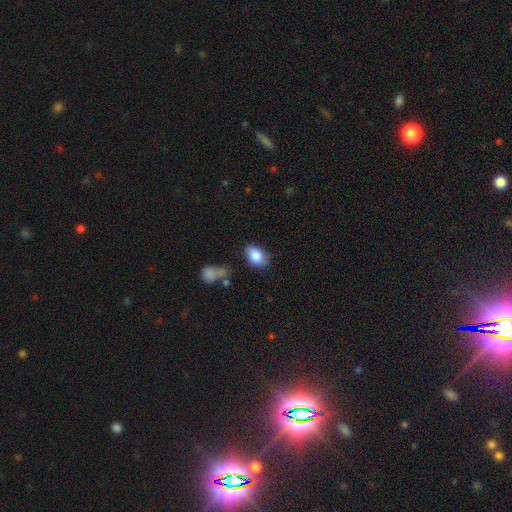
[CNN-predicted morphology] smooth-or-featured: smooth: 87% | star or artifact: 7% | featured or disk: 6%
  how-rounded: in between: 86% | round: 13% | cigar-shaped: 1%
  merging: none: 75% | minor disturbance: 16% | major disturbance: 4% | merger: 4%